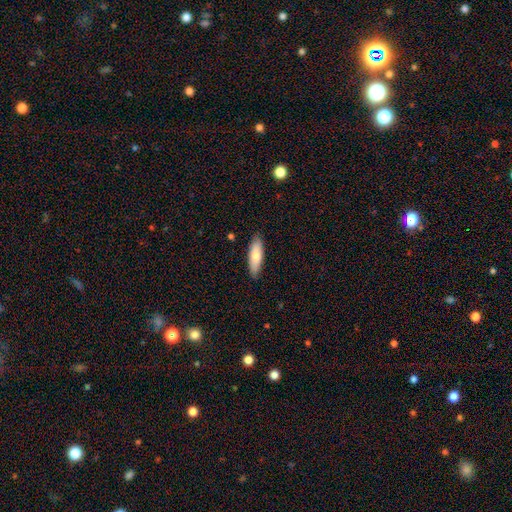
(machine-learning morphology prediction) smooth_or_featured: smooth (p=0.76) [alt: featured or disk p=0.19]
how_rounded: in between (p=0.54) [alt: cigar-shaped p=0.44]
merging: none (p=0.86) [alt: minor disturbance p=0.11]